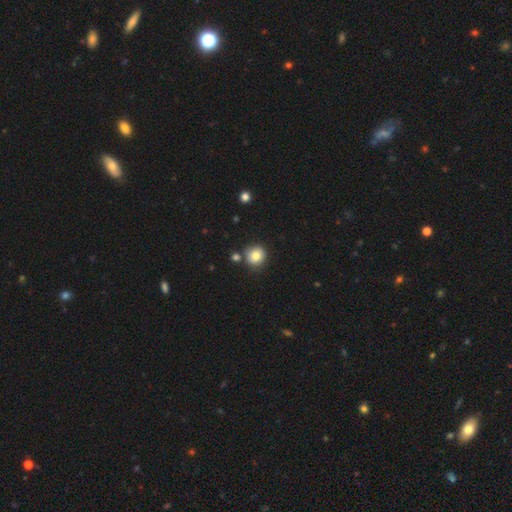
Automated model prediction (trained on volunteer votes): Overall: smooth (80%). How rounded: round (91%). Merging: none (78%).